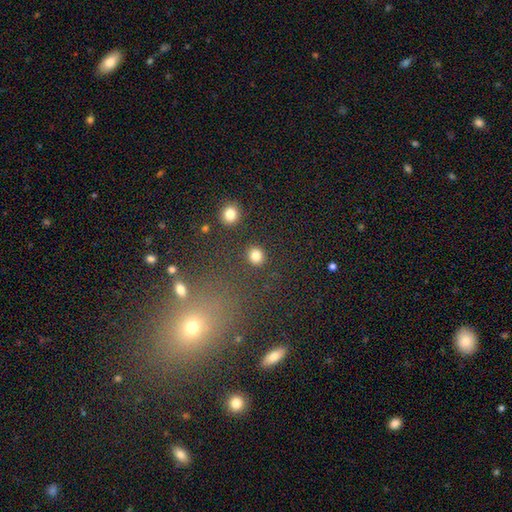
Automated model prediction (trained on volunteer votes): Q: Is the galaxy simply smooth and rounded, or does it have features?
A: smooth — 82%.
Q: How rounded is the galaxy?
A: round — 80%.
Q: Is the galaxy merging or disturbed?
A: none — 88%.